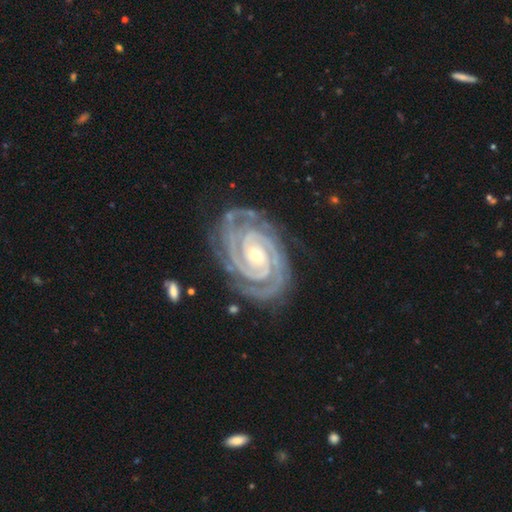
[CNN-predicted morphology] Smooth or featured? featured or disk (94%)
Edge-on disk? no (98%)
Bar? no (53%)
Spiral arms? yes (99%)
Spiral winding? tight (85%)
Spiral arm count? 2 (56%)
Bulge size? small (64%)
Merging? none (78%)